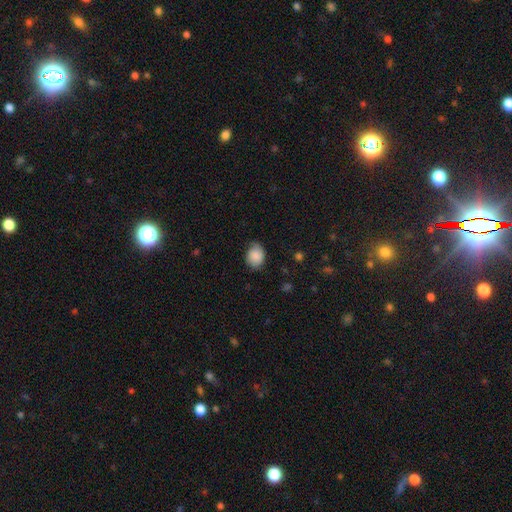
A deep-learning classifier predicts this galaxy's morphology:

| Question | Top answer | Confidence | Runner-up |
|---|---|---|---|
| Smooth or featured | smooth | 82% | featured or disk (11%) |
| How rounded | in between | 59% | round (40%) |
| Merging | none | 67% | minor disturbance (26%) |